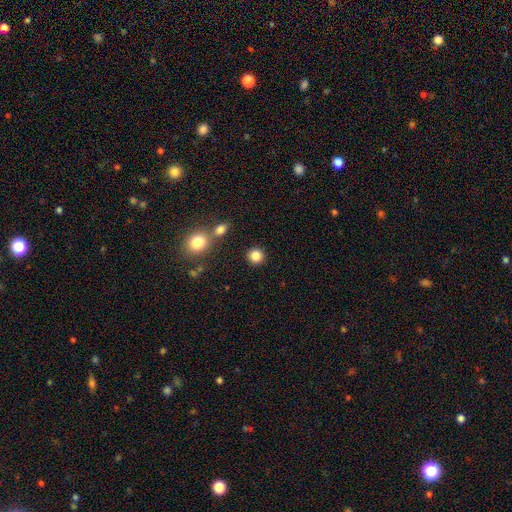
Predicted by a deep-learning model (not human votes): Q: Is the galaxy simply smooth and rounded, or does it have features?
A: smooth — 86%.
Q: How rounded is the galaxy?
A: round — 91%.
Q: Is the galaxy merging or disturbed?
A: none — 87%.